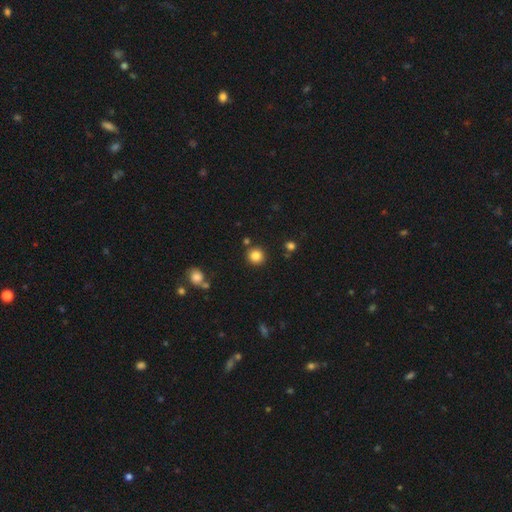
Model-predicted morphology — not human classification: A smooth galaxy with no disk features (84%) that is round (93%).

Vote fractions:
- Smooth or featured? smooth: 84% / star or artifact: 11% / featured or disk: 5%
- How rounded? round: 93% / in between: 6% / cigar-shaped: 1%
- Merging? none: 86% / minor disturbance: 7% / merger: 5% / major disturbance: 2%